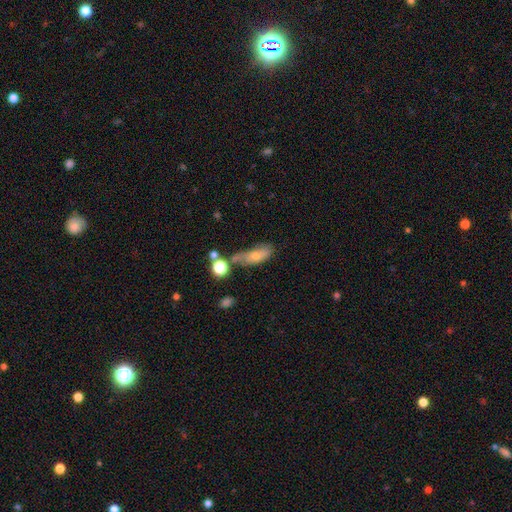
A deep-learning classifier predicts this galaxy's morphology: This appears to be a smooth galaxy with no disk features (66%) that is in between round and cigar-shaped (68%). Merging: none (36%).